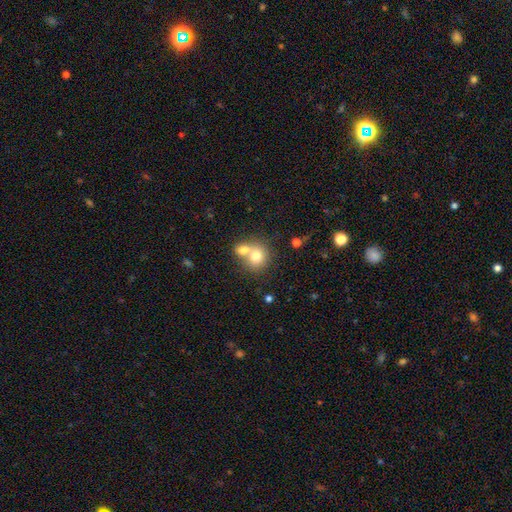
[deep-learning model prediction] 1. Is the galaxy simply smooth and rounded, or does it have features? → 73% smooth, 17% featured or disk, 10% star or artifact.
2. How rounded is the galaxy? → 76% round, 23% in between, 1% cigar-shaped.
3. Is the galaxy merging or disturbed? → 60% merger, 31% none, 6% minor disturbance, 3% major disturbance.